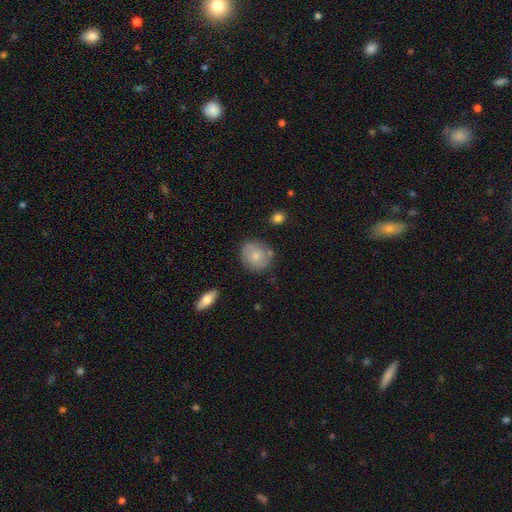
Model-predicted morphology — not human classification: Smooth or featured: smooth — 62% (featured or disk — 31%)
How rounded: round — 77% (in between — 22%)
Merging: none — 73% (minor disturbance — 18%)